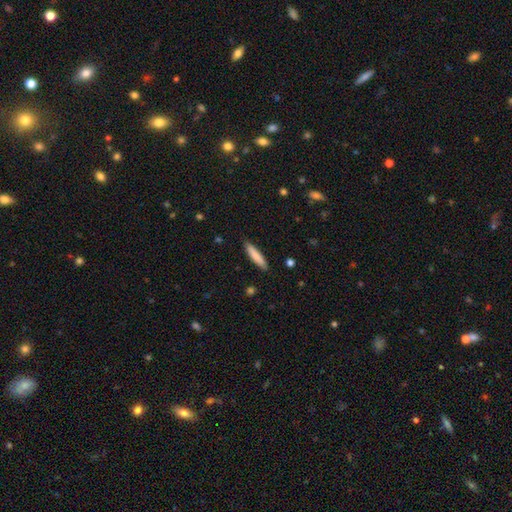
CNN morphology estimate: Smooth or featured? smooth (83%)
How rounded? cigar-shaped (86%)
Merging? none (88%)